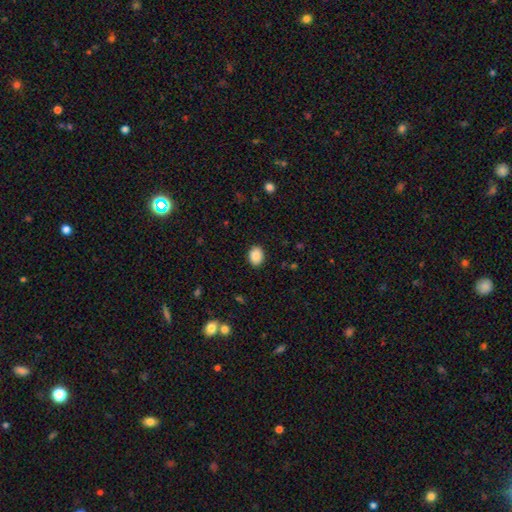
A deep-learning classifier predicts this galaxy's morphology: The model was most divided on "how rounded": in between: 63%, round: 36%, cigar-shaped: 1%. More confident: merging — none (89%); smooth or featured — smooth (89%).